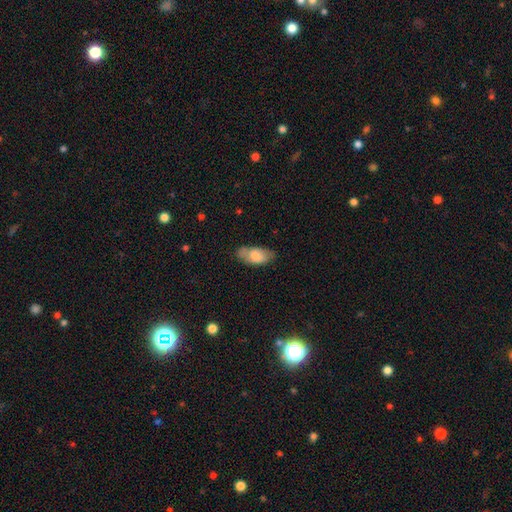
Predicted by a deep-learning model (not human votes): The model was most divided on "merging": none: 70%, minor disturbance: 23%, major disturbance: 5%, merger: 2%. More confident: how rounded — in between (91%); smooth or featured — smooth (76%).